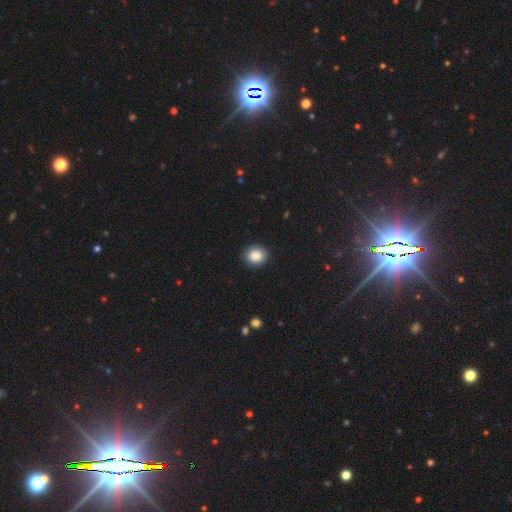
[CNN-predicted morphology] Overall: smooth (88%). How rounded: round (81%). Merging: none (91%).